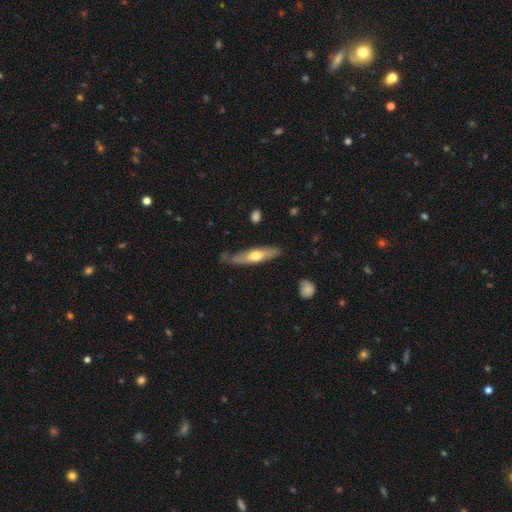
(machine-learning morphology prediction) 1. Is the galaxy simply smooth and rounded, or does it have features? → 52% smooth, 43% featured or disk, 5% star or artifact.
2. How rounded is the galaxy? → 76% cigar-shaped, 22% in between, 2% round.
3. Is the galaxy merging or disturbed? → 71% none, 21% minor disturbance, 5% major disturbance, 3% merger.